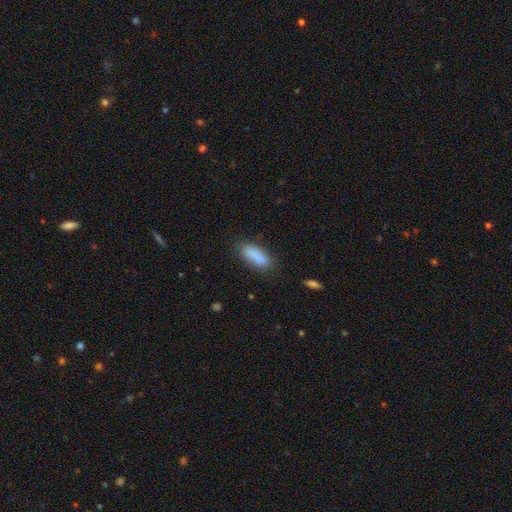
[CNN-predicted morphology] This appears to be a smooth galaxy with no disk features (85%) that is in between round and cigar-shaped (70%). Merging: none (73%).